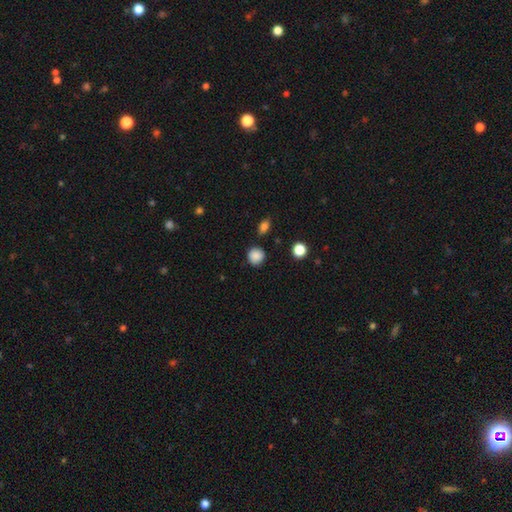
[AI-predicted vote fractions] A smooth galaxy with no disk features (86%) that is round (89%). Merging: none (83%).